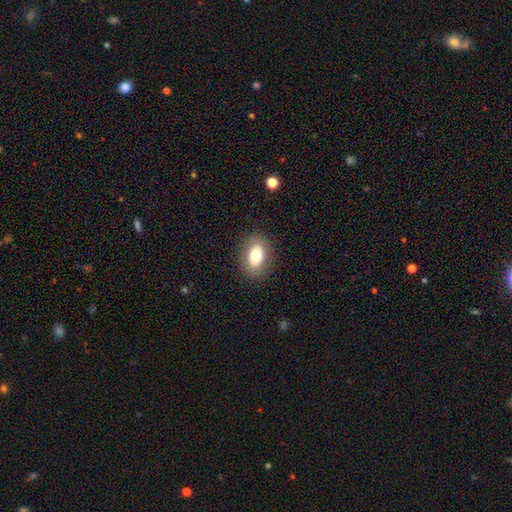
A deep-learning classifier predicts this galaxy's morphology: Smooth or featured? Predicted: smooth (p=0.72). How rounded? Predicted: in between (p=0.83). Merging? Predicted: none (p=0.85).